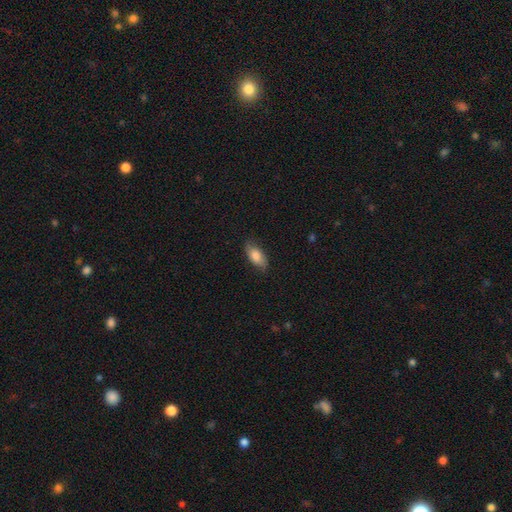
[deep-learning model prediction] The model was most divided on "merging": none: 80%, minor disturbance: 16%, major disturbance: 3%, merger: 1%. More confident: how rounded — in between (87%); smooth or featured — smooth (81%).